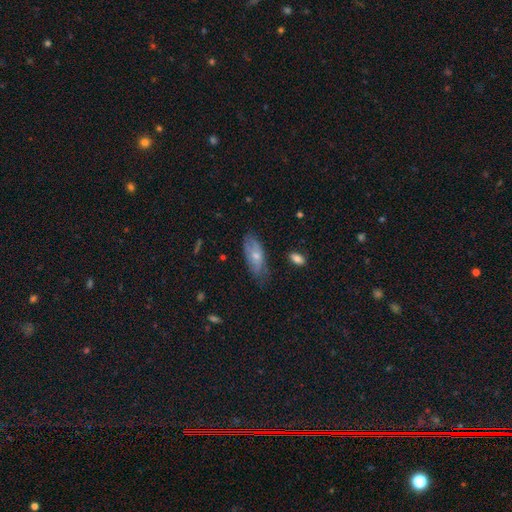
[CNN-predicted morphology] Smooth or featured: smooth — 51% (featured or disk — 42%)
How rounded: in between — 83% (cigar-shaped — 14%)
Merging: none — 62% (minor disturbance — 29%)